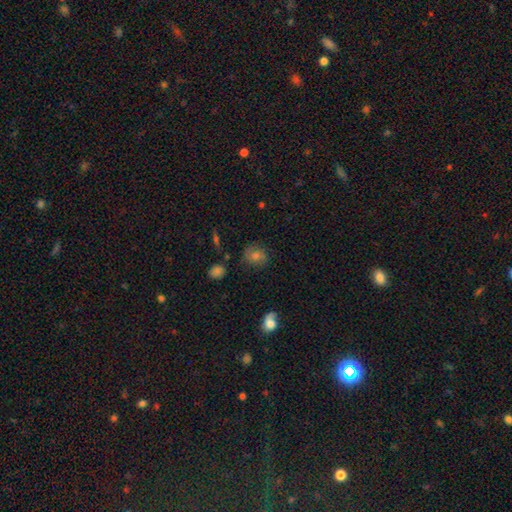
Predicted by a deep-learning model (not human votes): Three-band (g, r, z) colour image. It shows a smooth galaxy with no disk features (56%) that is round (61%). Merging: none (75%).